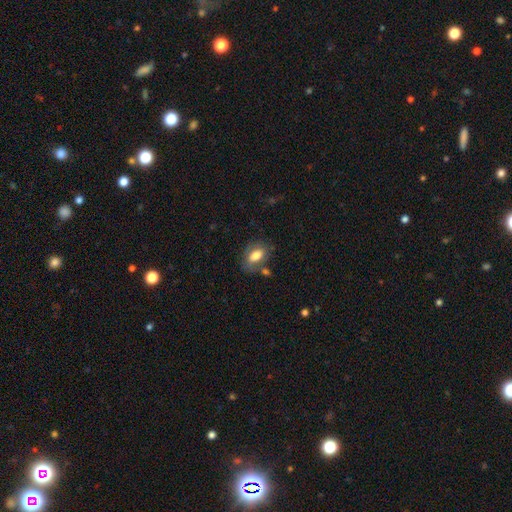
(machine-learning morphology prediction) smooth-or-featured: smooth: 74% | featured or disk: 18% | star or artifact: 7%
  how-rounded: in between: 88% | round: 9% | cigar-shaped: 3%
  merging: none: 59% | minor disturbance: 21% | merger: 12% | major disturbance: 8%